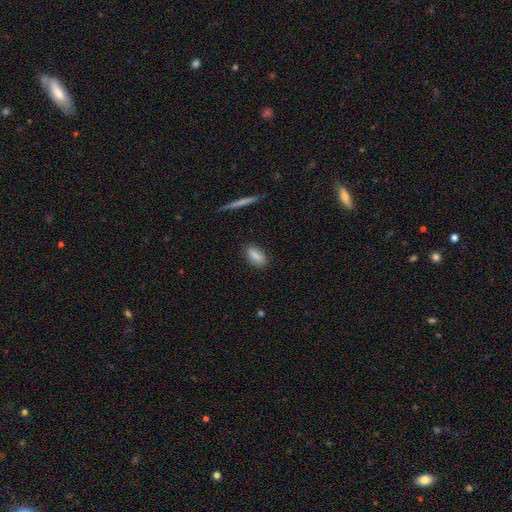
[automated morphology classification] type=smooth (83%); roundness=in between (84%); merging=none (83%).